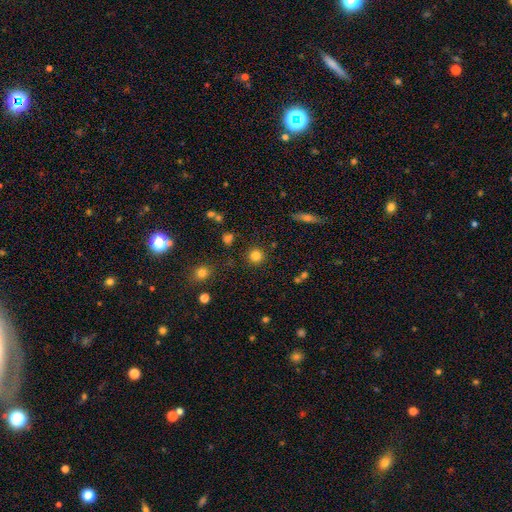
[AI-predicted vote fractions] This appears to be a smooth galaxy with no disk features (82%) that is round (94%). Merging: none (89%).